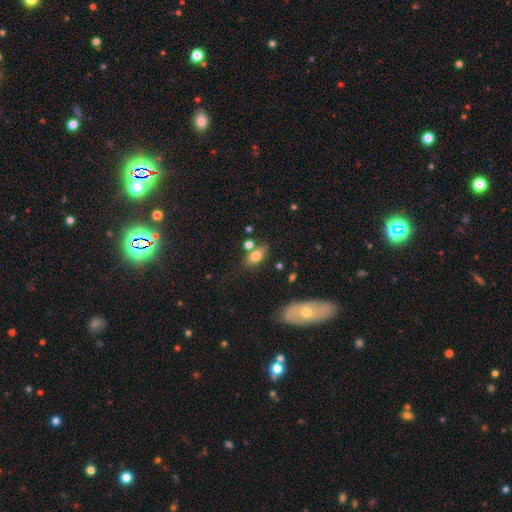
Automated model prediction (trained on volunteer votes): Smooth or featured?
  - smooth: 76% *
  - featured or disk: 14%
  - star or artifact: 9%
How rounded?
  - in between: 85% *
  - round: 9%
  - cigar-shaped: 6%
Merging?
  - none: 65% *
  - minor disturbance: 16%
  - merger: 15%
  - major disturbance: 5%